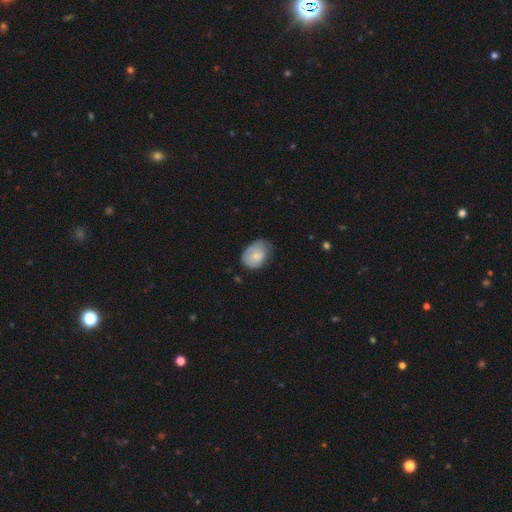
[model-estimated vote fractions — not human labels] A smooth galaxy with no disk features (74%) that is in between round and cigar-shaped (73%). Merging: none (48%).